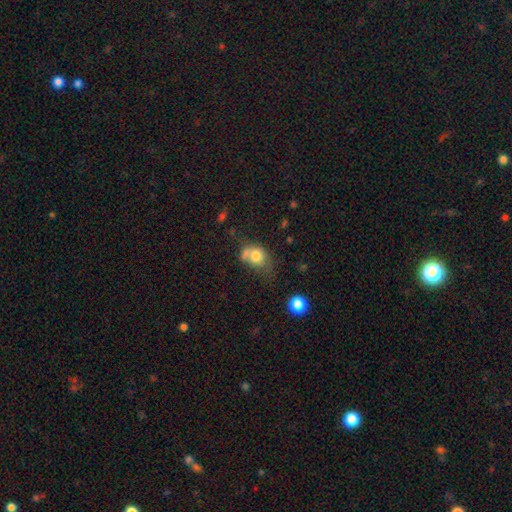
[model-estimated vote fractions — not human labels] Overall: smooth (74%). How rounded: round (52%; in between 47%). Merging: merger (34%; none 30%).